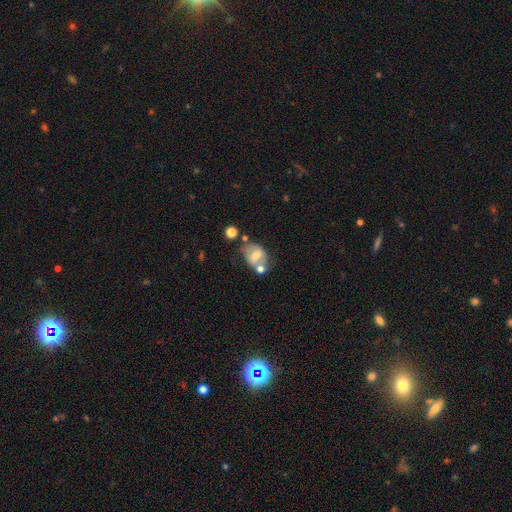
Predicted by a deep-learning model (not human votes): smooth_or_featured: smooth (p=0.49) [alt: featured or disk p=0.41]
merging: none (p=0.42) [alt: merger p=0.28]